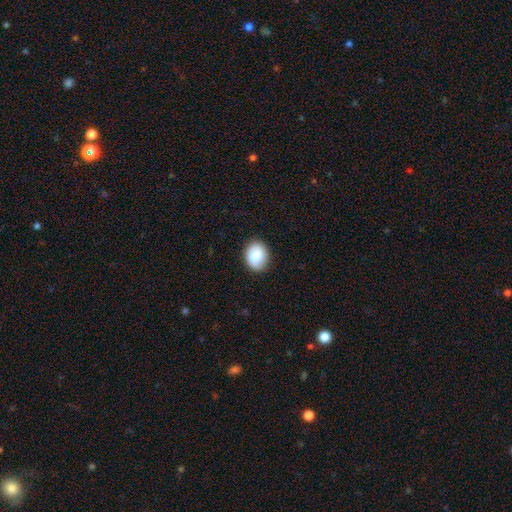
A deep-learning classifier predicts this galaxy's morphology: A smooth galaxy with no disk features (85%) that is in between round and cigar-shaped (56%). Merging: none (85%).